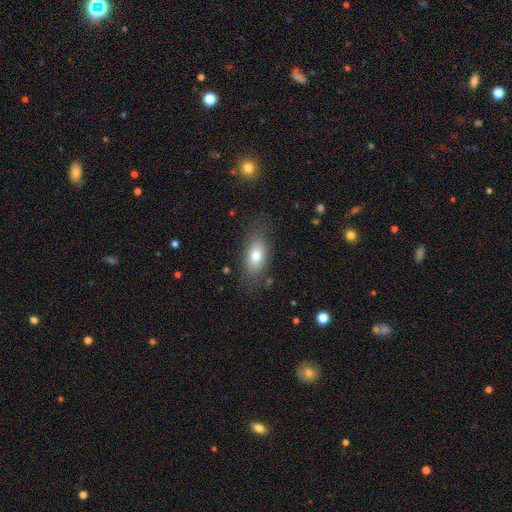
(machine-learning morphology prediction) Smooth or featured? Predicted: smooth (p=0.76). How rounded? Predicted: in between (p=0.85). Merging? Predicted: none (p=0.77).